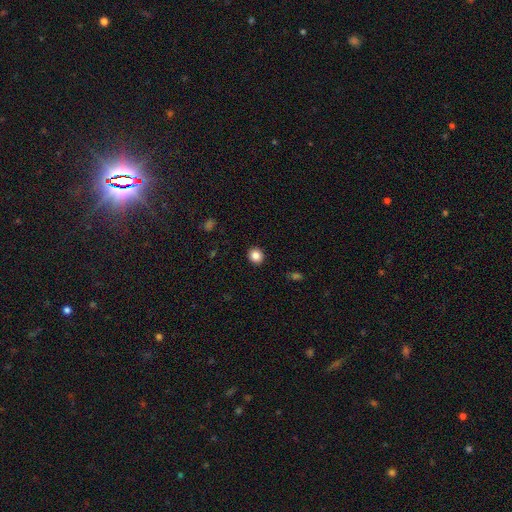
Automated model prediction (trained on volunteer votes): Morphology: type=smooth (85%); roundness=round (83%); merging=none (92%).